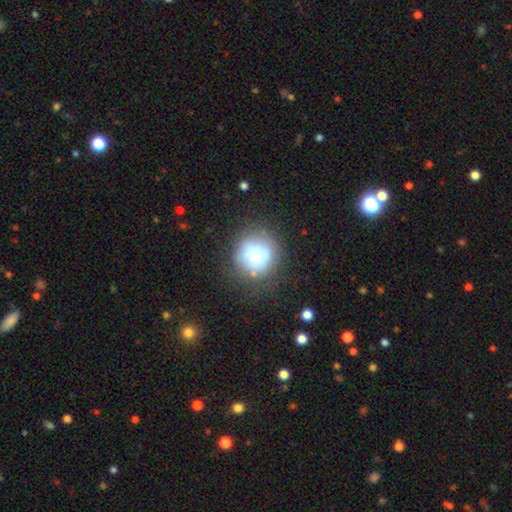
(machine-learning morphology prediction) smooth 61%, featured or disk 28%, star or artifact 11%. Down the decision tree: how rounded — round (90%); merging — none (62%).